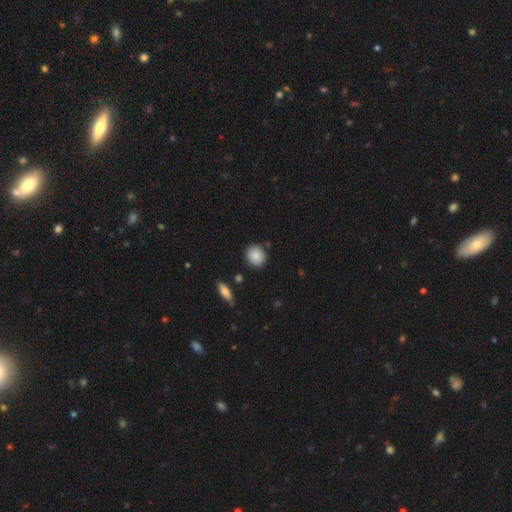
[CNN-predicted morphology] A smooth galaxy with no disk features (88%) that is round (81%).

Vote fractions:
- Smooth or featured? smooth: 88% / star or artifact: 7% / featured or disk: 5%
- How rounded? round: 81% / in between: 18% / cigar-shaped: 1%
- Merging? none: 87% / minor disturbance: 8% / merger: 3% / major disturbance: 2%